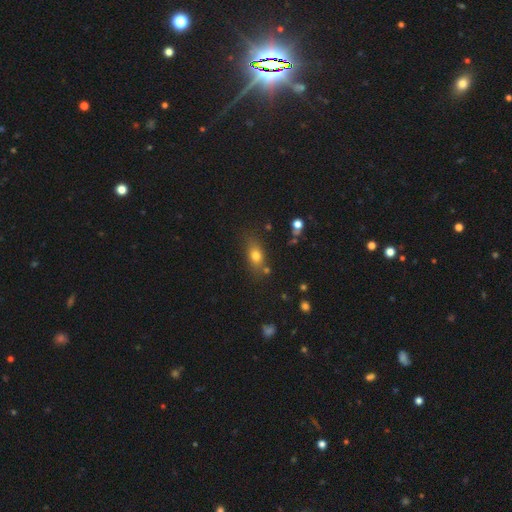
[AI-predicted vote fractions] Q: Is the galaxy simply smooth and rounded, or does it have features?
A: smooth — 75%.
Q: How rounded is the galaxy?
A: in between — 71%.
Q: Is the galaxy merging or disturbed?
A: none — 71%.